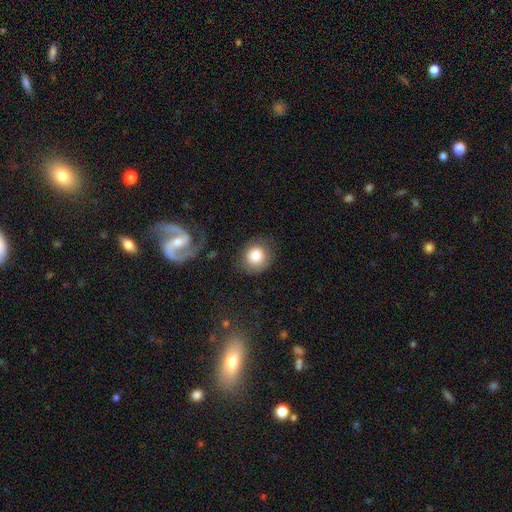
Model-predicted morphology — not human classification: smooth 80%, featured or disk 11%, star or artifact 9%. Down the decision tree: how rounded — round (79%); merging — none (74%).